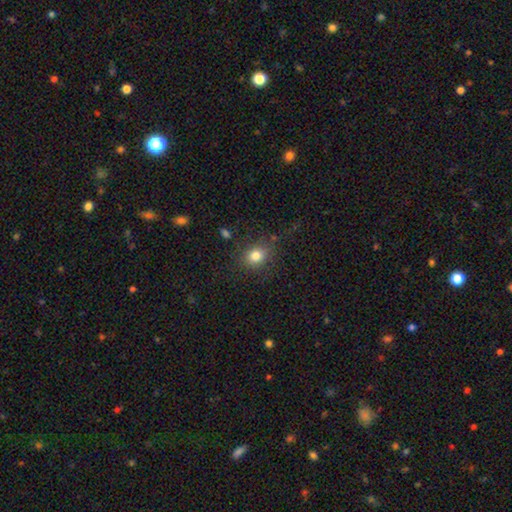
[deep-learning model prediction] Smooth or featured? Predicted: smooth (p=0.80). How rounded? Predicted: round (p=0.57). Merging? Predicted: none (p=0.78).